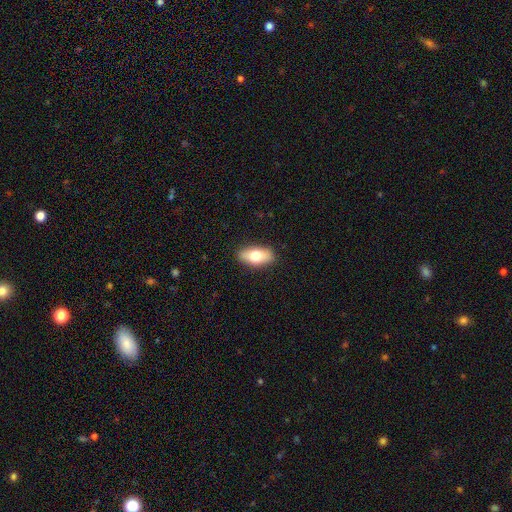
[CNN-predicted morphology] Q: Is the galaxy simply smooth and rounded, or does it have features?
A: smooth — 73%.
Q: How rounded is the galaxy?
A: in between — 87%.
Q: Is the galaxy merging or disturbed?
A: none — 88%.